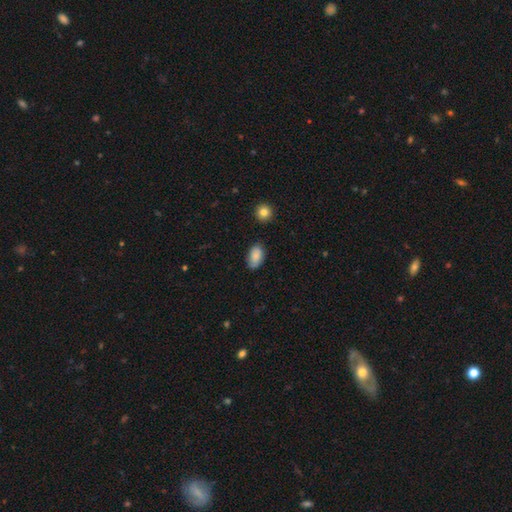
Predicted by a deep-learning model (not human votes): A smooth galaxy with no disk features (85%) that is in between round and cigar-shaped (93%).

Vote fractions:
- Smooth or featured? smooth: 85% / star or artifact: 7% / featured or disk: 7%
- How rounded? in between: 93% / round: 5% / cigar-shaped: 2%
- Merging? none: 79% / minor disturbance: 16% / major disturbance: 3% / merger: 2%